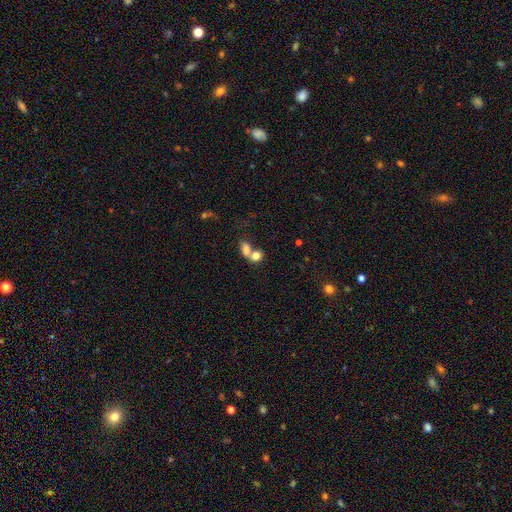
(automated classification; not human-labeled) Morphology: type=smooth (78%); roundness=in between (56%); merging=merger (60%).